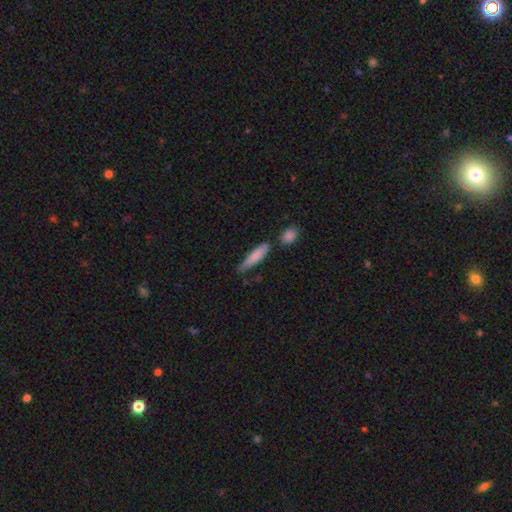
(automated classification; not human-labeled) This is likely a smooth galaxy (79%). How rounded: likely cigar-shaped (79%). Merging: likely none (64%).